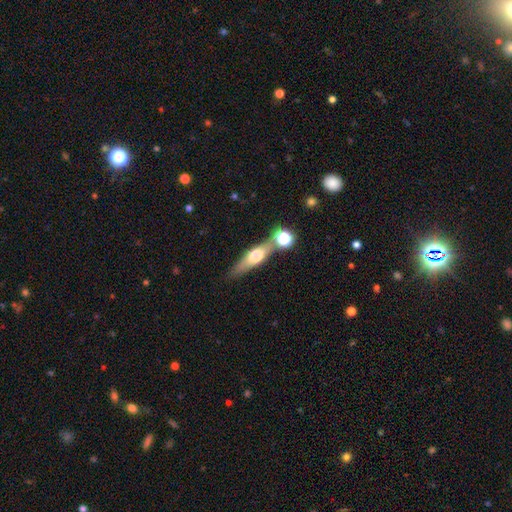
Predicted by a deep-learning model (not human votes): The model was most divided on "smooth or featured": featured or disk: 52%, smooth: 40%, star or artifact: 8%. More confident: edge-on disk — yes (89%); merging — none (67%).